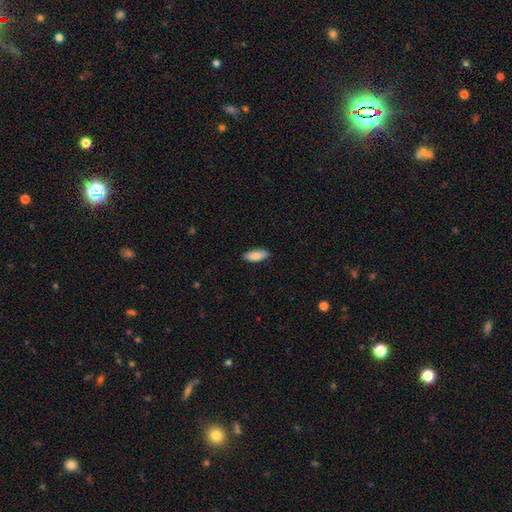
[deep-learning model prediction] The model was most divided on "how rounded": in between: 81%, cigar-shaped: 17%, round: 2%. More confident: smooth or featured — smooth (87%); merging — none (85%).